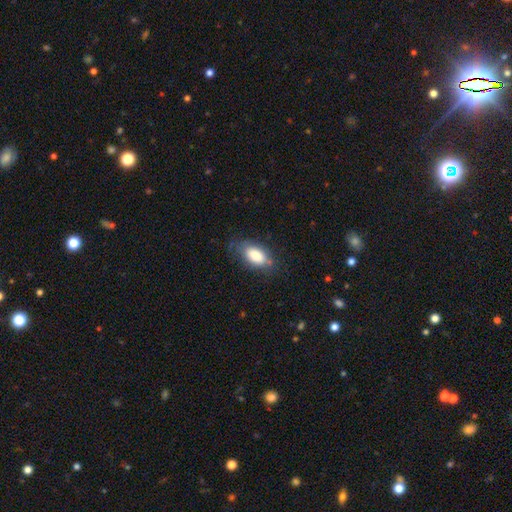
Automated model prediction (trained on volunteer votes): This appears to be a smooth galaxy with no disk features (83%) that is in between round and cigar-shaped (92%). Merging: none (67%).